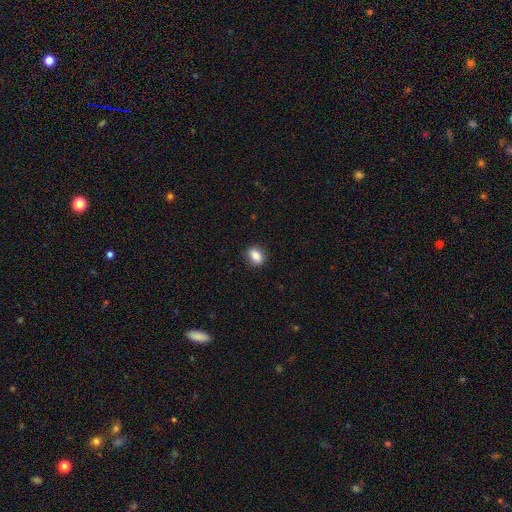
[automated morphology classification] Smooth or featured?
  - smooth: 84% *
  - star or artifact: 8%
  - featured or disk: 7%
How rounded?
  - in between: 71% *
  - round: 27%
  - cigar-shaped: 2%
Merging?
  - none: 88% *
  - minor disturbance: 9%
  - major disturbance: 2%
  - merger: 1%